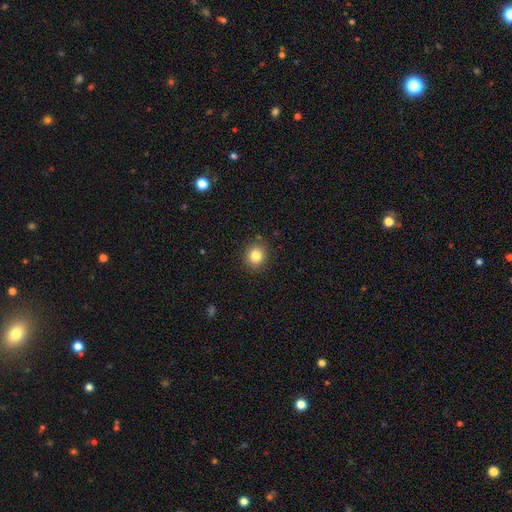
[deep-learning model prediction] Smooth or featured?
  - smooth: 83% *
  - star or artifact: 11%
  - featured or disk: 6%
How rounded?
  - round: 82% *
  - in between: 17%
  - cigar-shaped: 1%
Merging?
  - none: 88% *
  - minor disturbance: 8%
  - major disturbance: 2%
  - merger: 1%